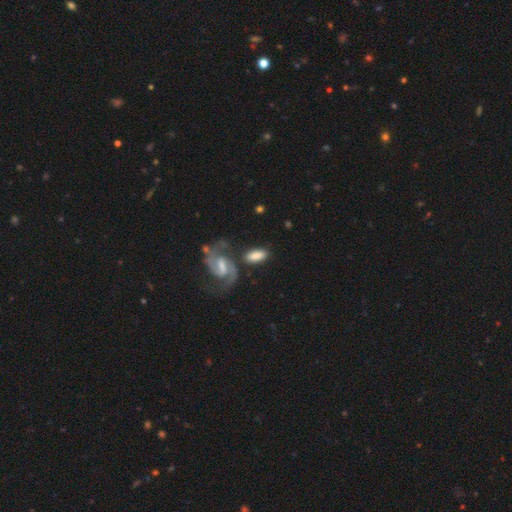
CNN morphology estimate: A smooth galaxy with no disk features (64%) that is in between round and cigar-shaped (85%).

Vote fractions:
- Smooth or featured? smooth: 64% / featured or disk: 29% / star or artifact: 7%
- How rounded? in between: 85% / cigar-shaped: 10% / round: 5%
- Merging? none: 65% / minor disturbance: 15% / merger: 13% / major disturbance: 7%